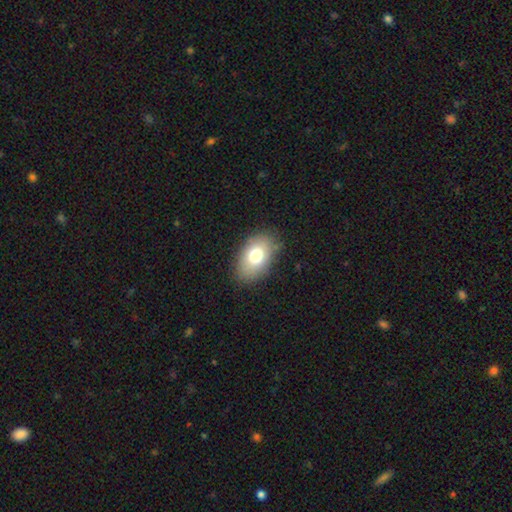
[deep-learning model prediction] This appears to be a smooth galaxy with no disk features (75%) that is in between round and cigar-shaped (88%). Merging: none (83%).